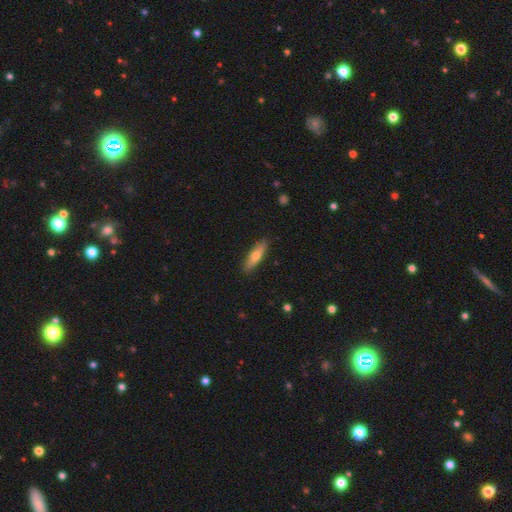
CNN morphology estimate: This appears to be a smooth galaxy with no disk features (59%) that is cigar-shaped (70%). Merging: none (89%).